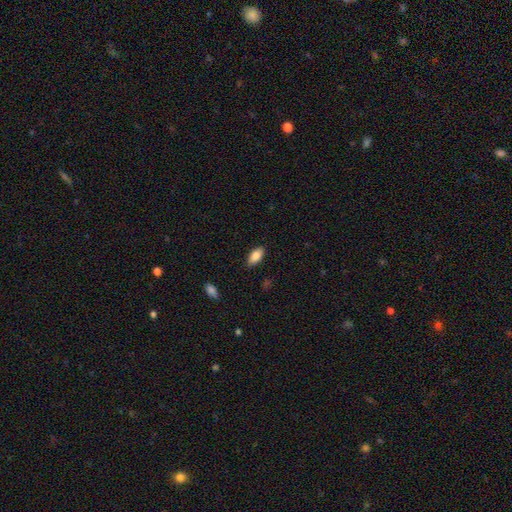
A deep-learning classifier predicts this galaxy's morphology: Smooth or featured?
  - smooth: 84% *
  - featured or disk: 9%
  - star or artifact: 7%
How rounded?
  - in between: 90% *
  - cigar-shaped: 7%
  - round: 2%
Merging?
  - none: 86% *
  - minor disturbance: 10%
  - major disturbance: 2%
  - merger: 1%